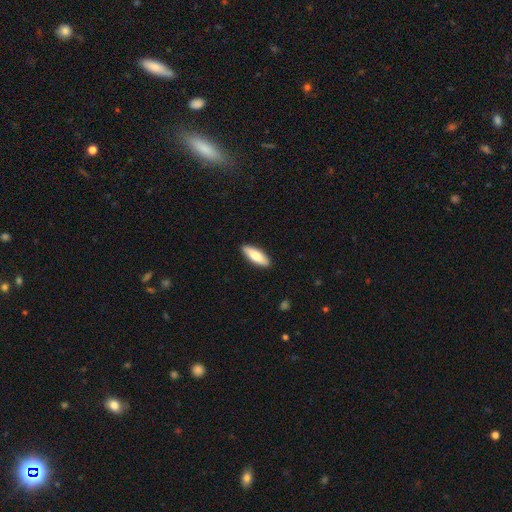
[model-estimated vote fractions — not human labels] Smooth or featured: smooth — 72% (featured or disk — 23%)
How rounded: in between — 56% (cigar-shaped — 42%)
Merging: none — 90% (minor disturbance — 8%)